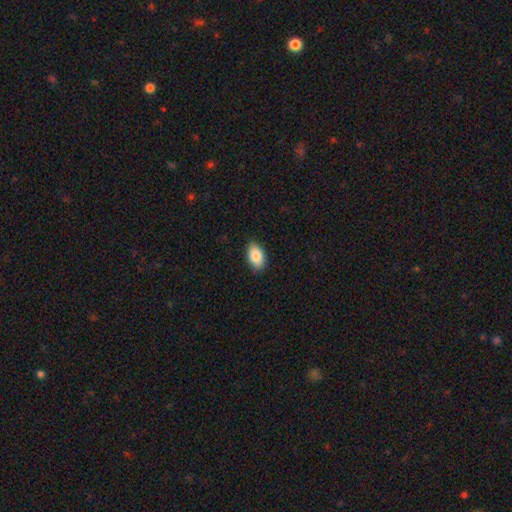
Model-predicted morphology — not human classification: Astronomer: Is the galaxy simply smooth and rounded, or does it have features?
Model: smooth — 87%.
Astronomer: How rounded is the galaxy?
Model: in between — 92%.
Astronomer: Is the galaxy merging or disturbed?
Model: none — 87%.